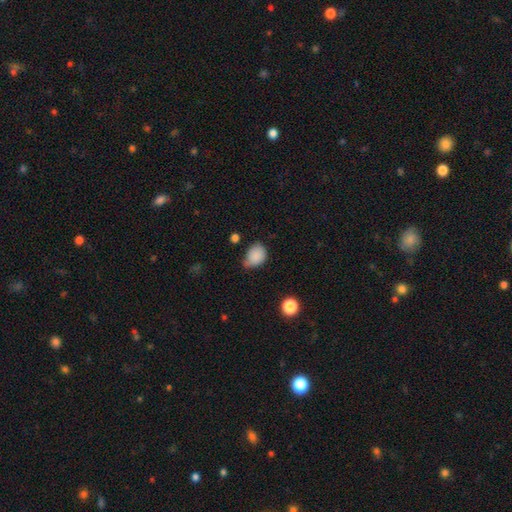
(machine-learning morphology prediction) smooth 85%, star or artifact 9%, featured or disk 5%. Down the decision tree: how rounded — in between (59%); merging — minor disturbance (45%).